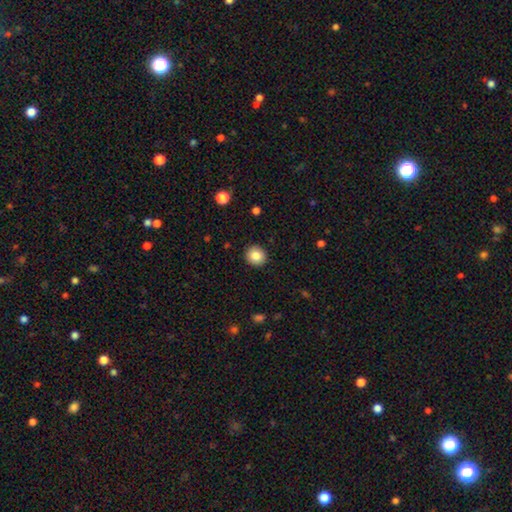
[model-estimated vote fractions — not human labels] smooth 84%, star or artifact 9%, featured or disk 7%. Down the decision tree: how rounded — round (88%); merging — none (91%).